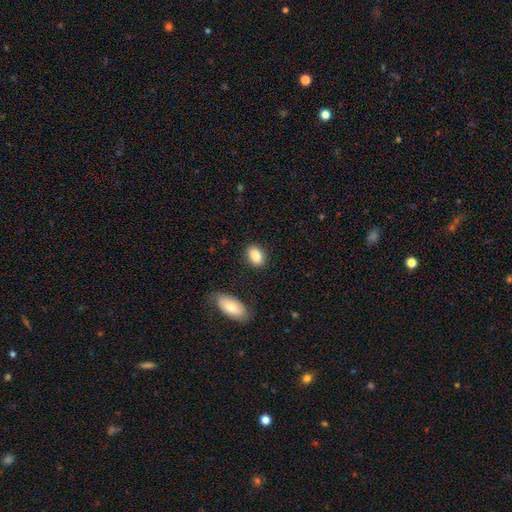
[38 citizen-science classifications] smooth-or-featured: smooth: 82% | featured or disk: 11% | star or artifact: 8%
  how-rounded: in between: 94% | round: 6% | cigar-shaped: 0%
  merging: none: 89% | merger: 9% | minor disturbance: 3% | major disturbance: 0%